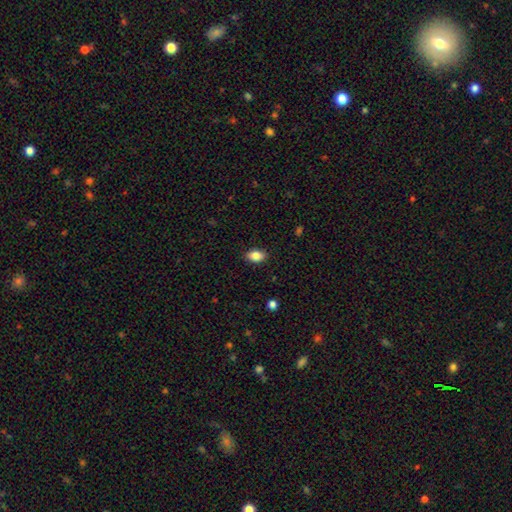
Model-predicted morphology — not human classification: Smooth or featured? Predicted: smooth (p=0.86). How rounded? Predicted: in between (p=0.86). Merging? Predicted: none (p=0.88).